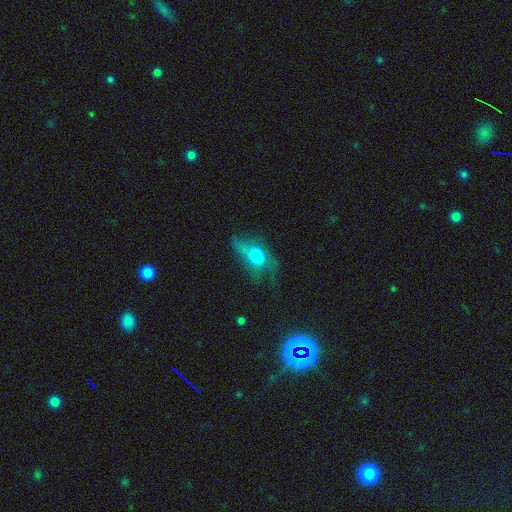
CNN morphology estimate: Smooth or featured? smooth (54%)
How rounded? in between (74%)
Merging? major disturbance (42%)